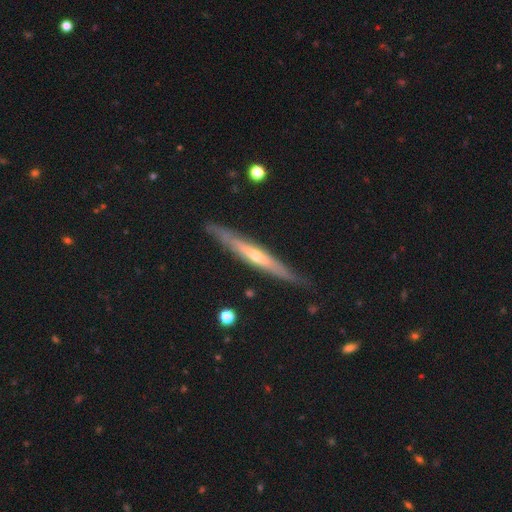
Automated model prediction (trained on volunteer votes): This is likely a featured or disk galaxy (73%). It is clearly viewed edge-on (94%). Edge-on bulge: likely rounded (68%). Merging: clearly none (86%).